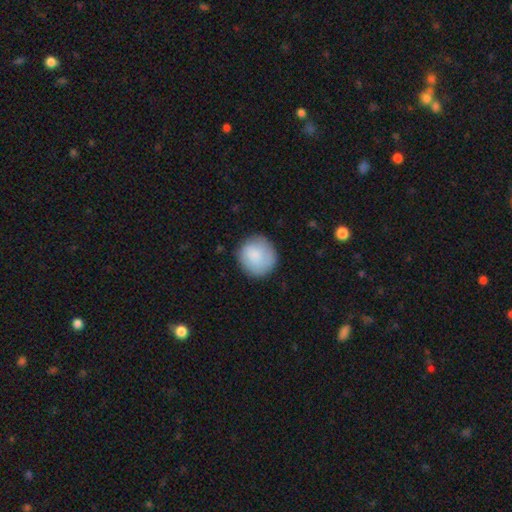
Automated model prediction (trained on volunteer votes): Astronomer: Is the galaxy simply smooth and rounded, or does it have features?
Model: smooth — 82%.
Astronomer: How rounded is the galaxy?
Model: round — 90%.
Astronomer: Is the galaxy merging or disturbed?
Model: none — 81%.